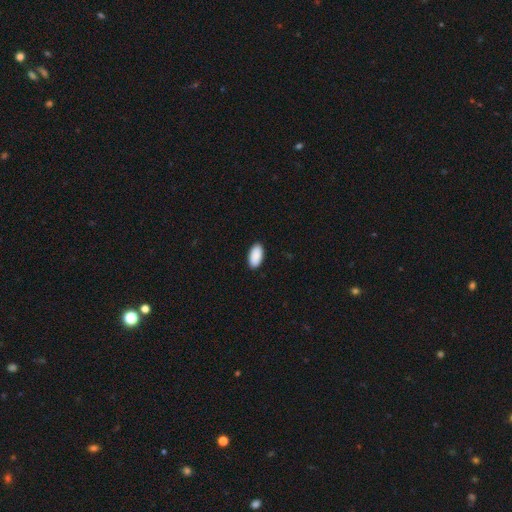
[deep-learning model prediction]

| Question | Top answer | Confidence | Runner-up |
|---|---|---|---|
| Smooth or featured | smooth | 92% | star or artifact (6%) |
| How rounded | in between | 96% | cigar-shaped (2%) |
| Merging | none | 90% | minor disturbance (7%) |